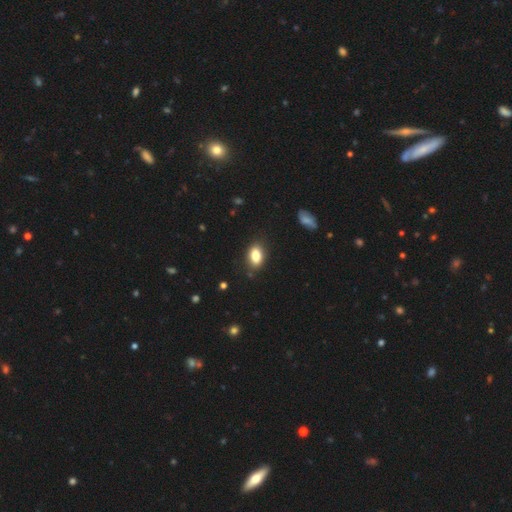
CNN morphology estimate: Smooth or featured? Predicted: smooth (p=0.83). How rounded? Predicted: in between (p=0.88). Merging? Predicted: none (p=0.82).